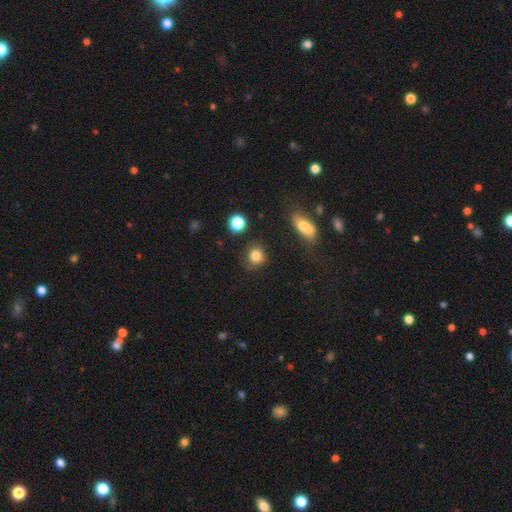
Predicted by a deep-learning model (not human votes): smooth 83%, star or artifact 10%, featured or disk 6%. Down the decision tree: how rounded — round (83%); merging — none (78%).